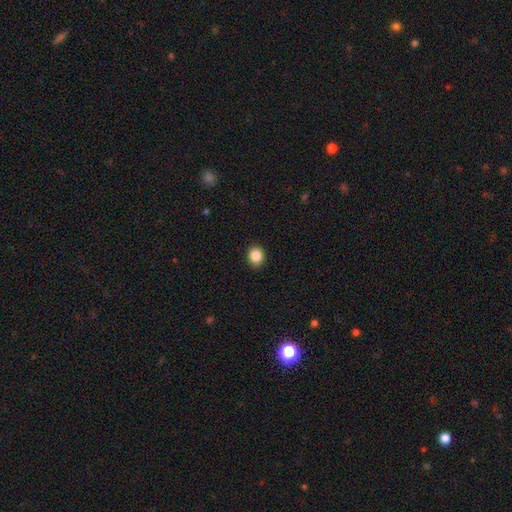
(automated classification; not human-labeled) Morphology: type=smooth (86%); roundness=round (67%); merging=none (91%).